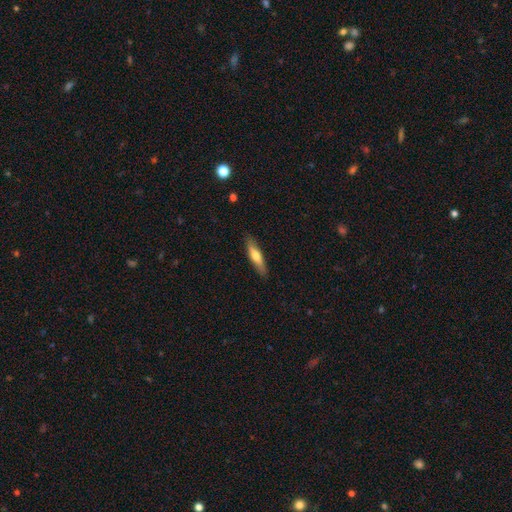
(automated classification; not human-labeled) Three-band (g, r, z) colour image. It shows a smooth galaxy with no disk features (60%) that is cigar-shaped (73%). Merging: none (87%).